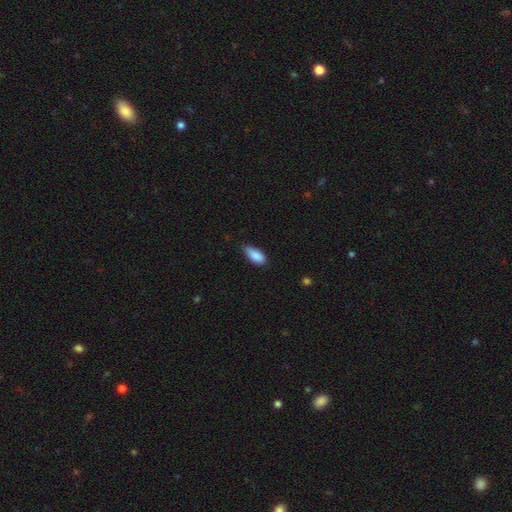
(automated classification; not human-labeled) smooth_or_featured: smooth (p=0.87) [alt: star or artifact p=0.07]
how_rounded: in between (p=0.85) [alt: cigar-shaped p=0.12]
merging: none (p=0.55) [alt: minor disturbance p=0.39]